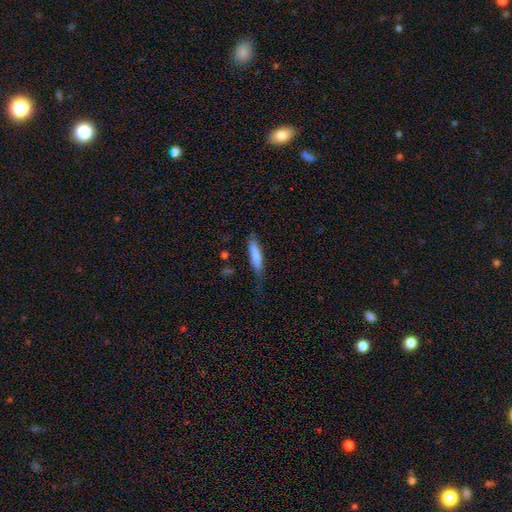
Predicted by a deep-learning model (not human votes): smooth_or_featured: smooth (p=0.80) [alt: featured or disk p=0.14]
how_rounded: cigar-shaped (p=0.78) [alt: in between p=0.21]
merging: none (p=0.63) [alt: minor disturbance p=0.28]